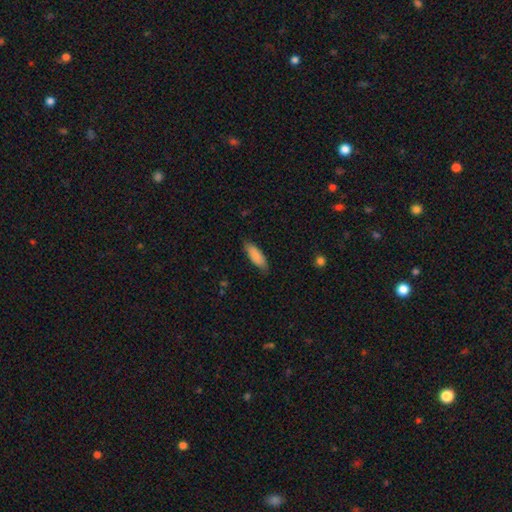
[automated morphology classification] The model was most divided on "how rounded": in between: 66%, cigar-shaped: 32%, round: 2%. More confident: smooth or featured — smooth (86%); merging — none (79%).